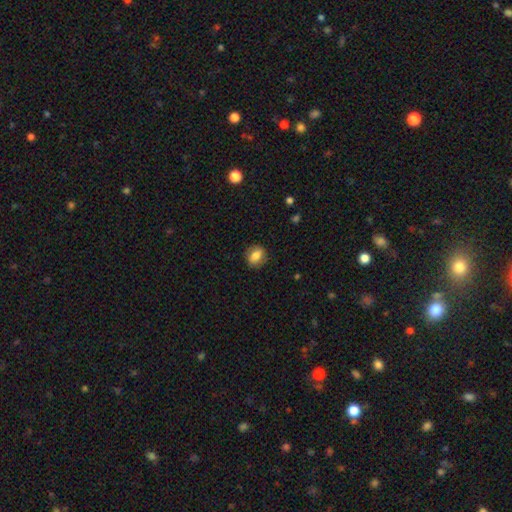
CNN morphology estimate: Smooth or featured? Predicted: smooth (p=0.77). How rounded? Predicted: in between (p=0.51). Merging? Predicted: none (p=0.85).